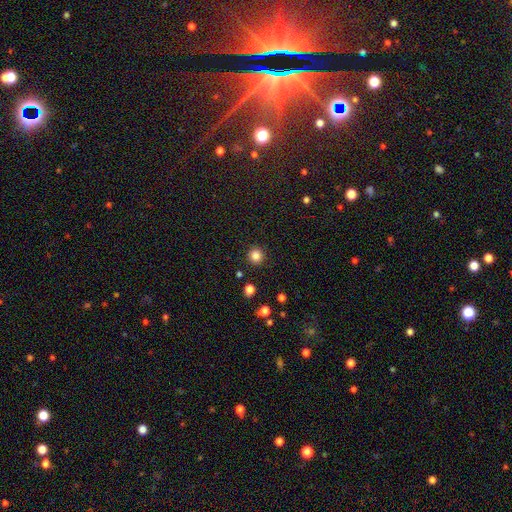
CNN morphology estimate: Smooth or featured? smooth (85%)
How rounded? round (95%)
Merging? none (92%)